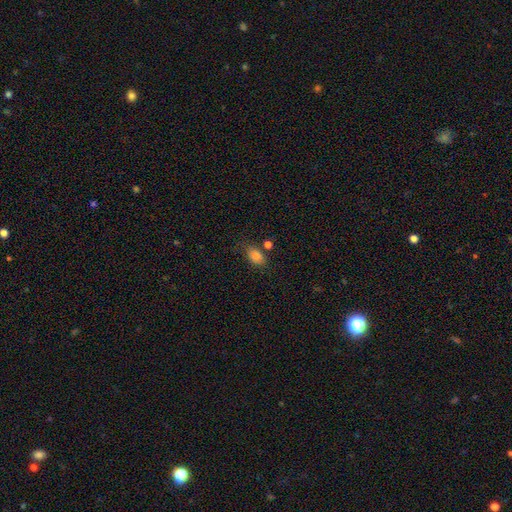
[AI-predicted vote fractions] The model was most divided on "merging": none: 66%, minor disturbance: 19%, merger: 8%, major disturbance: 6%. More confident: smooth or featured — smooth (83%); how rounded — in between (82%).